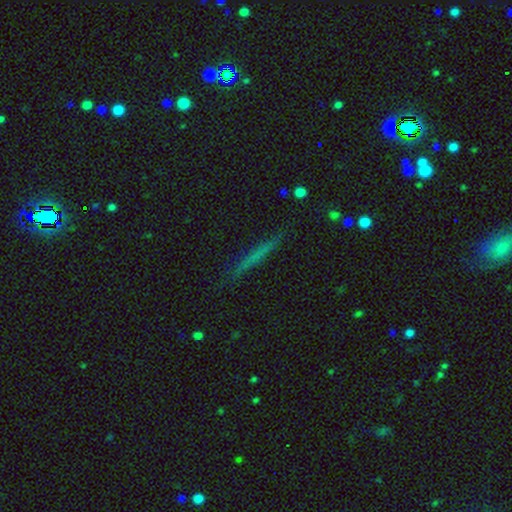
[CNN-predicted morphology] type=smooth (50%); merging=none (88%).